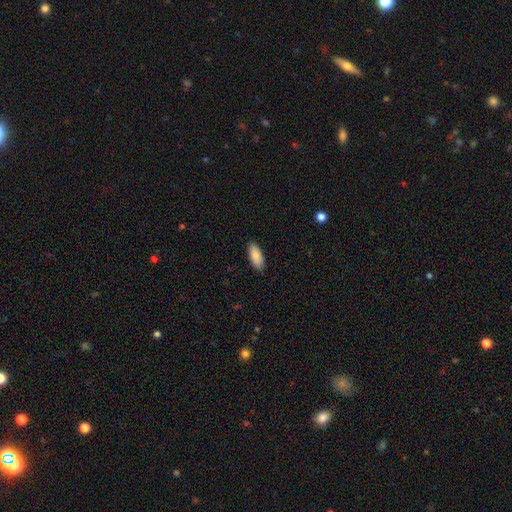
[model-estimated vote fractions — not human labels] Smooth or featured?
  - smooth: 87% *
  - featured or disk: 7%
  - star or artifact: 6%
How rounded?
  - in between: 85% *
  - cigar-shaped: 14%
  - round: 2%
Merging?
  - none: 89% *
  - minor disturbance: 9%
  - major disturbance: 2%
  - merger: 1%